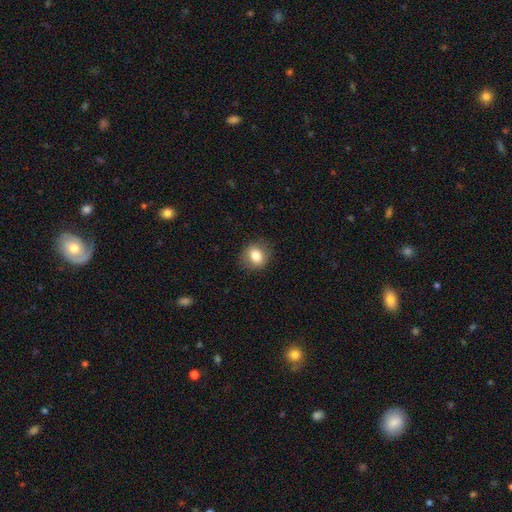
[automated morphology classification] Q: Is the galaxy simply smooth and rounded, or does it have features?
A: smooth — 80%.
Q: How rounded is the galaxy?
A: round — 66%.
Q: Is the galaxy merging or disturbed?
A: none — 83%.